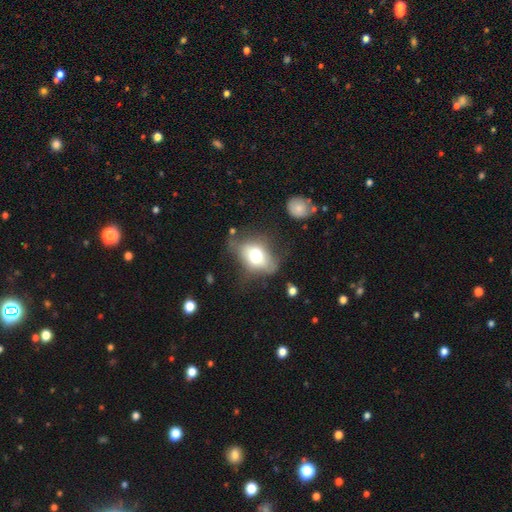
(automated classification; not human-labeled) Smooth or featured?
  - smooth: 61% *
  - featured or disk: 30%
  - star or artifact: 9%
How rounded?
  - in between: 76% *
  - round: 22%
  - cigar-shaped: 2%
Merging?
  - none: 41% *
  - minor disturbance: 29%
  - major disturbance: 25%
  - merger: 5%